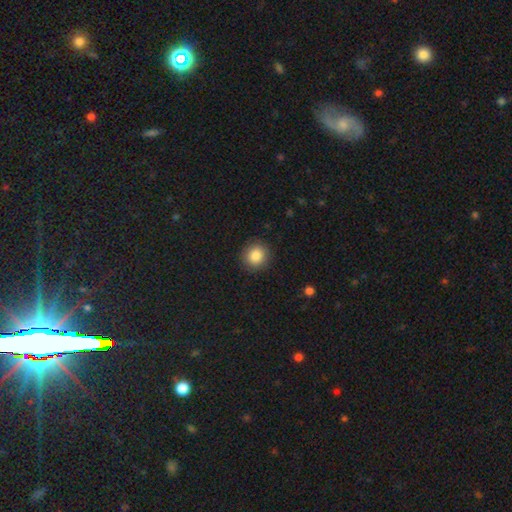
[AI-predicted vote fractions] This appears to be a smooth galaxy with no disk features (86%) that is round (88%). Merging: none (90%).